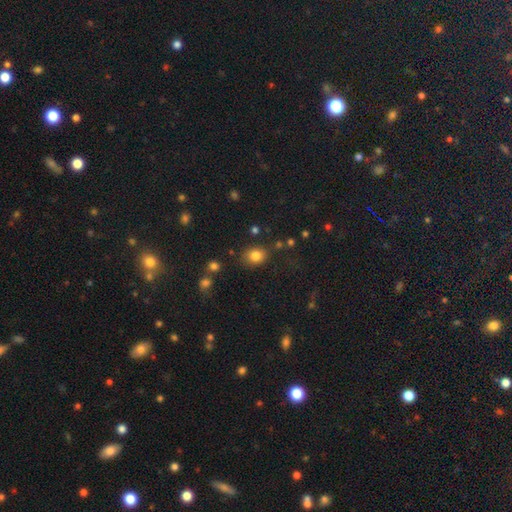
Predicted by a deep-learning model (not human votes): The model was most divided on "how rounded": round: 60%, in between: 39%, cigar-shaped: 1%. More confident: smooth or featured — smooth (82%); merging — none (78%).